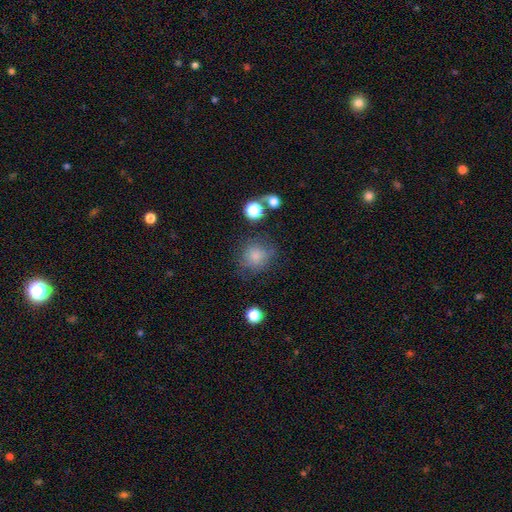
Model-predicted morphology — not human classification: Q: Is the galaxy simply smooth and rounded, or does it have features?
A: smooth — 79%.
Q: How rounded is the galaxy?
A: round — 86%.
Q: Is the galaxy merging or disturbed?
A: none — 67%.